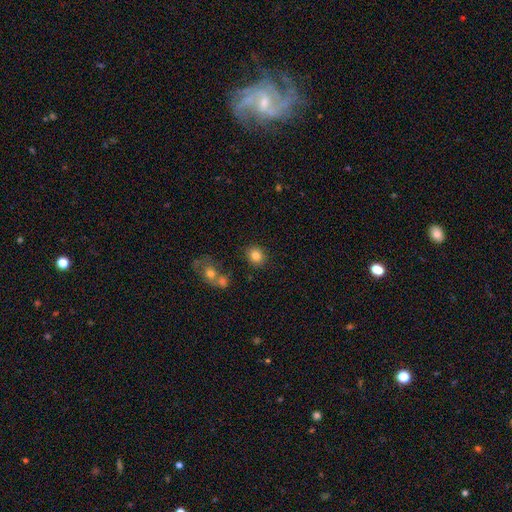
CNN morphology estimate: Overall: smooth (83%). How rounded: round (78%). Merging: none (84%).